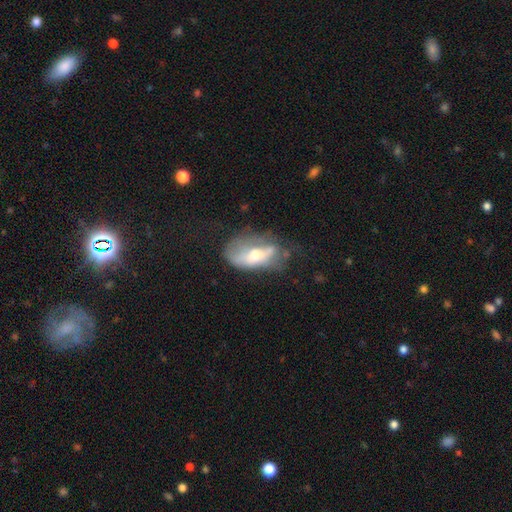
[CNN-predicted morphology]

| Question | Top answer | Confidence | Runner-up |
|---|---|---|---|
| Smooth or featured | featured or disk | 47% | smooth (44%) |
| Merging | major disturbance | 34% | none (32%) |